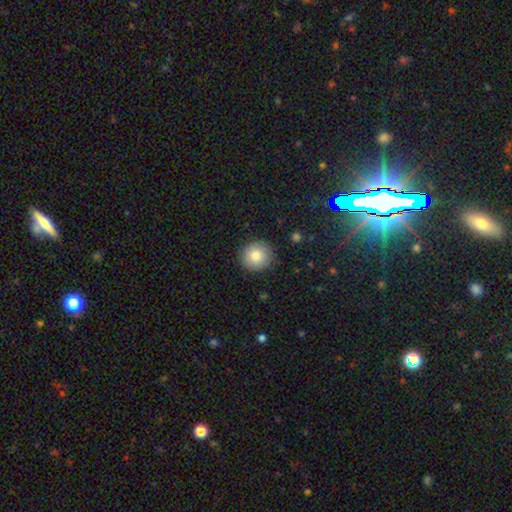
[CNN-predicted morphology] This appears to be a smooth galaxy with no disk features (82%) that is round (91%). Merging: none (90%).